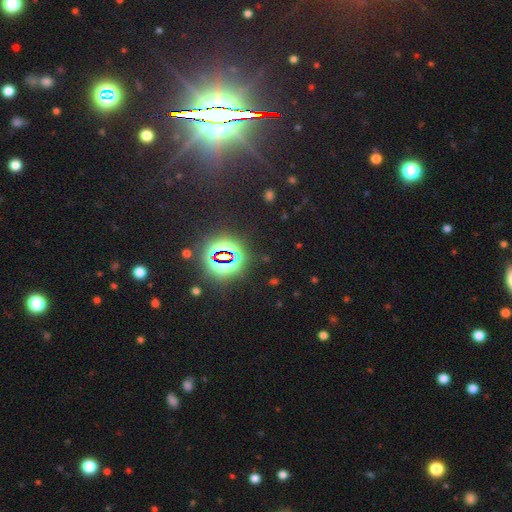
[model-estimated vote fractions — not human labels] Smooth or featured? star or artifact (80%)